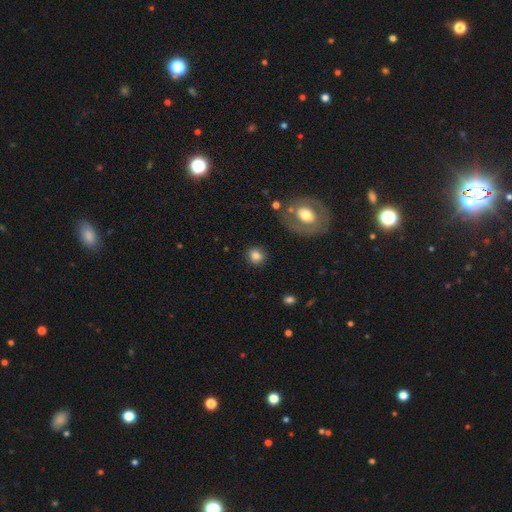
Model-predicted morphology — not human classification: This appears to be a smooth galaxy with no disk features (83%) that is round (83%). Merging: none (87%).